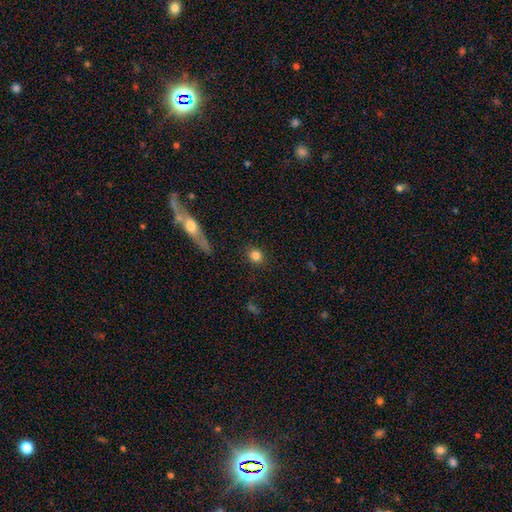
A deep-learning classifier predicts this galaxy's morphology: Smooth or featured: smooth — 84% (star or artifact — 10%)
How rounded: round — 76% (in between — 22%)
Merging: none — 87% (minor disturbance — 9%)